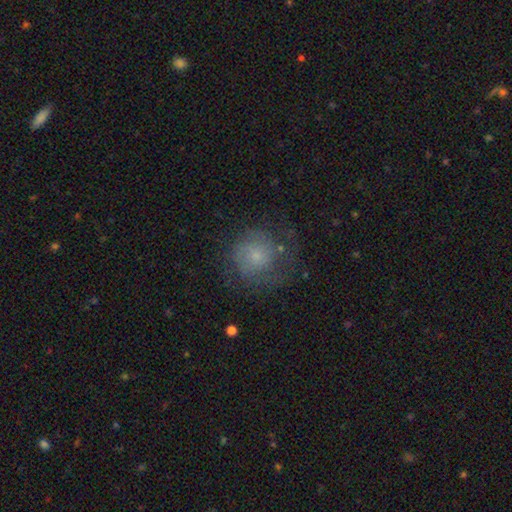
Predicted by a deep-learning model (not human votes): Smooth or featured? Predicted: smooth (p=0.57). How rounded? Predicted: round (p=0.87). Merging? Predicted: none (p=0.60).